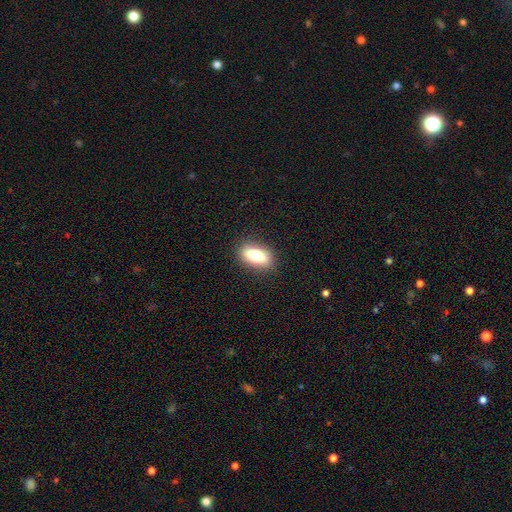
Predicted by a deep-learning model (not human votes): The model was most divided on "smooth or featured": smooth: 79%, featured or disk: 14%, star or artifact: 8%. More confident: merging — none (87%); how rounded — in between (83%).